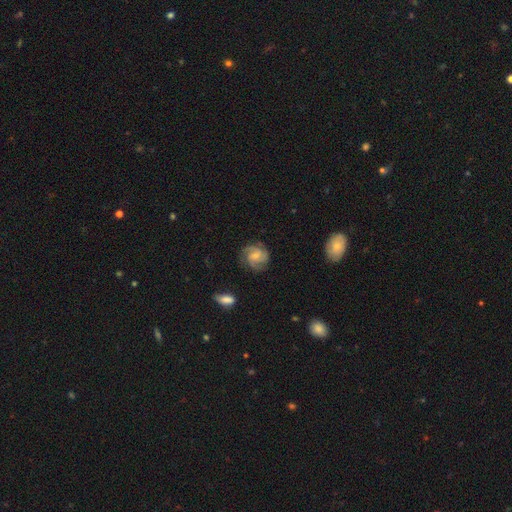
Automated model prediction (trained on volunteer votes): Smooth or featured? featured or disk (78%)
Edge-on disk? no (98%)
Bar? no (46%, tied with weak)
Spiral arms? yes (96%)
Spiral winding? tight (48%)
Spiral arm count? 3 (40%)
Bulge size? small (52%)
Merging? none (77%)